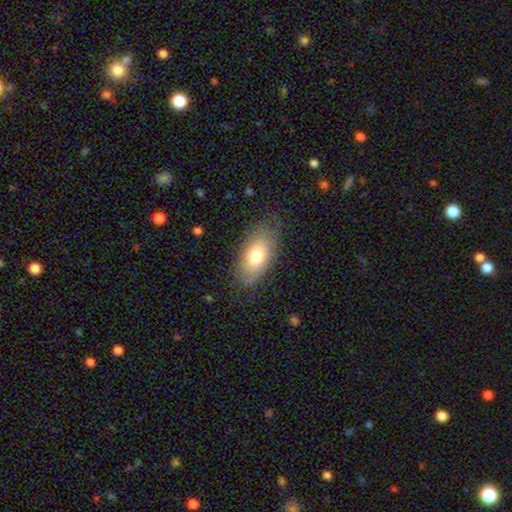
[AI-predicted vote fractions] Smooth or featured: smooth — 71% (featured or disk — 21%)
How rounded: in between — 90% (round — 6%)
Merging: none — 78% (minor disturbance — 16%)